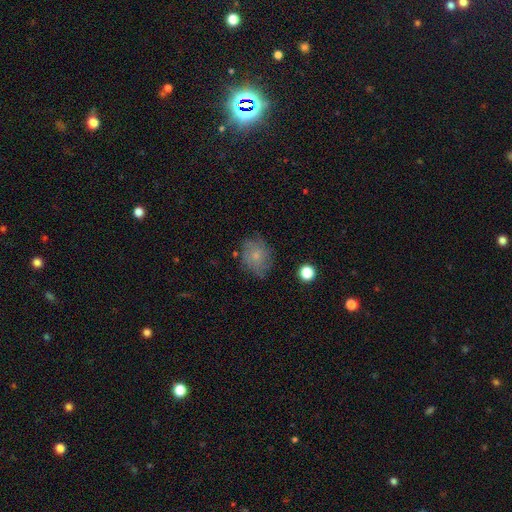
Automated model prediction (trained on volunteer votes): Q: Smooth or featured?
A: smooth (53%); runner-up: featured or disk (35%)
Q: How rounded?
A: round (51%); runner-up: in between (48%)
Q: Merging?
A: none (67%); runner-up: minor disturbance (23%)